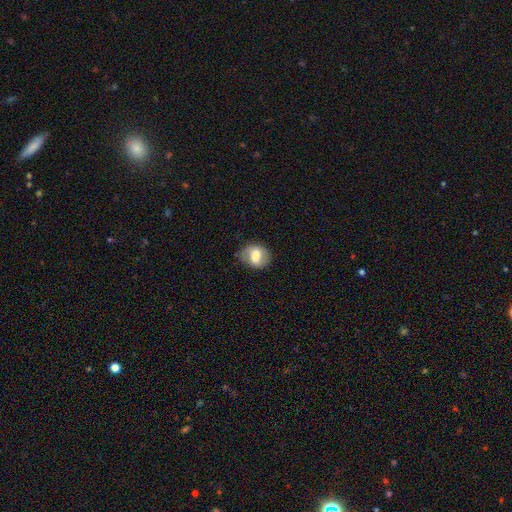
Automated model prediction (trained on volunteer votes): Overall: smooth (59%; featured or disk 33%). How rounded: round (50%; in between 48%). Merging: none (72%).